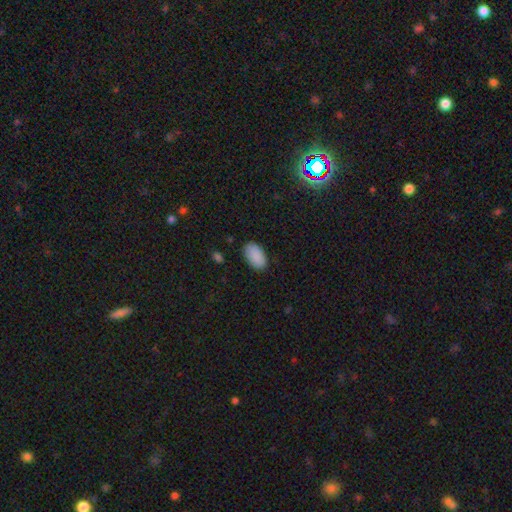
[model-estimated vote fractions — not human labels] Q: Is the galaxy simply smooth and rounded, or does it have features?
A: smooth — 90%.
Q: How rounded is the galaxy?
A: in between — 95%.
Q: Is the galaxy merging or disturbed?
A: none — 85%.